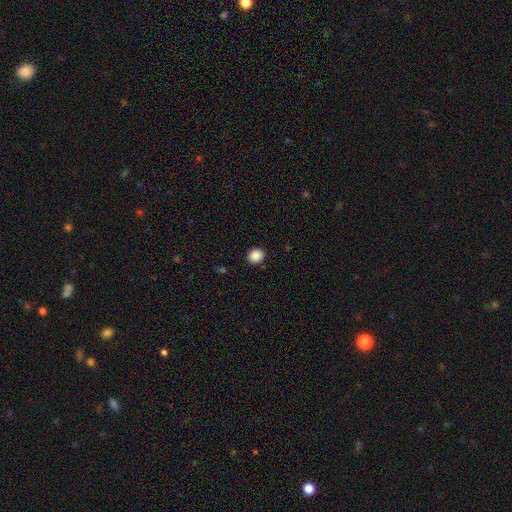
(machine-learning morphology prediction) Smooth or featured?
  - smooth: 88% *
  - star or artifact: 9%
  - featured or disk: 2%
How rounded?
  - round: 80% *
  - in between: 19%
  - cigar-shaped: 1%
Merging?
  - none: 91% *
  - minor disturbance: 6%
  - major disturbance: 2%
  - merger: 1%